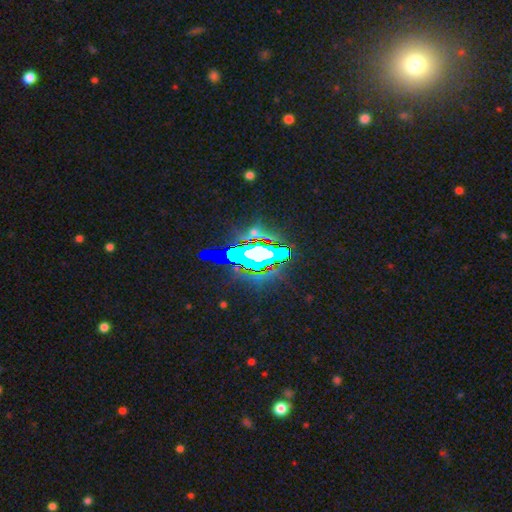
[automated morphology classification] Smooth or featured? star or artifact (59%)